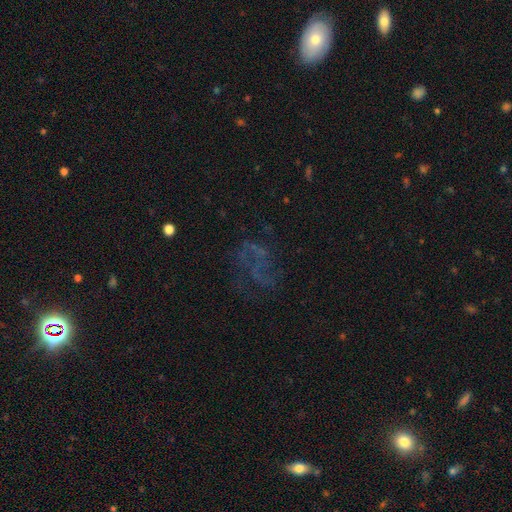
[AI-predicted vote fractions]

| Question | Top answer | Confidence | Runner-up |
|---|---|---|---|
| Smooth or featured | featured or disk | 52% | star or artifact (27%) |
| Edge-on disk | no | 98% | yes (2%) |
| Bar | no | 84% | weak (13%) |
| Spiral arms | no | 63% | yes (37%) |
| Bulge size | none | 78% | small (14%) |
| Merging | none | 47% | major disturbance (34%) |